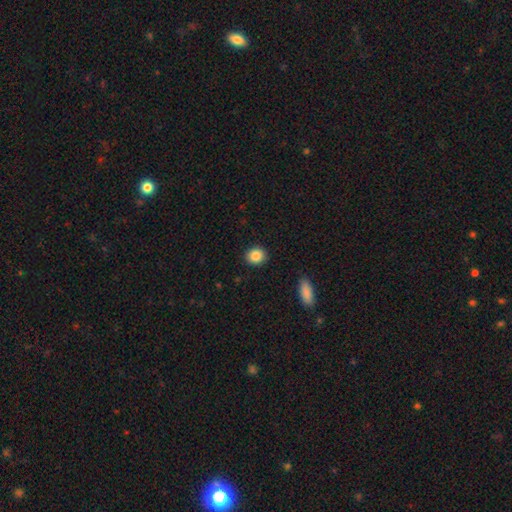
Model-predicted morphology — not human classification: This is clearly a smooth galaxy (86%). How rounded: likely round (74%). Merging: clearly none (91%).